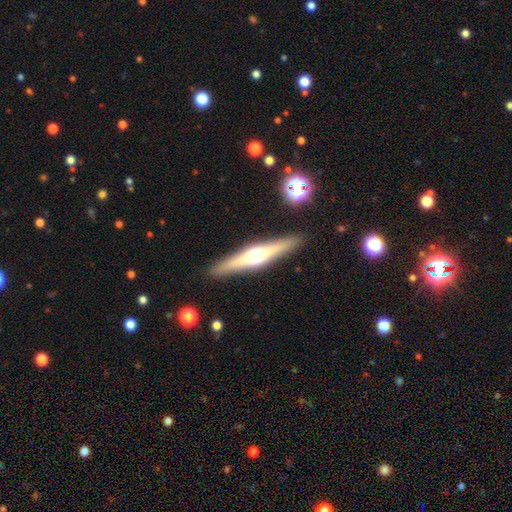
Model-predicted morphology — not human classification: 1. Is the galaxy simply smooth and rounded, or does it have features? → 65% featured or disk, 28% smooth, 6% star or artifact.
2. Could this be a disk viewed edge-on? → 96% yes, 4% no.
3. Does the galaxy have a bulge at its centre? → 94% rounded, 3% boxy, 3% none.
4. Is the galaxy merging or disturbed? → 90% none, 6% minor disturbance, 2% major disturbance, 2% merger.